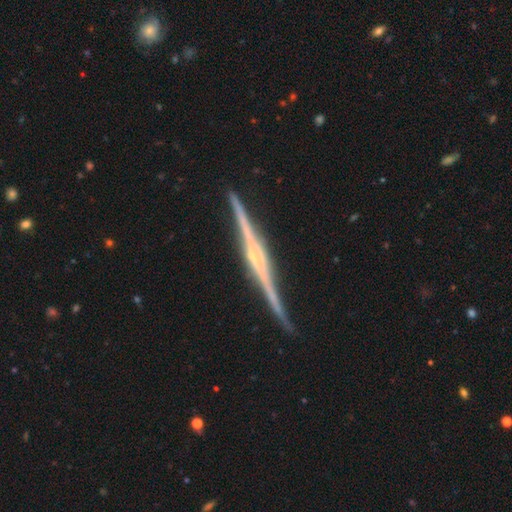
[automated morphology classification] This appears to be a featured or disk galaxy (89%) viewed edge-on (99%) with a rounded central bulge (54%). Merging: none (90%).